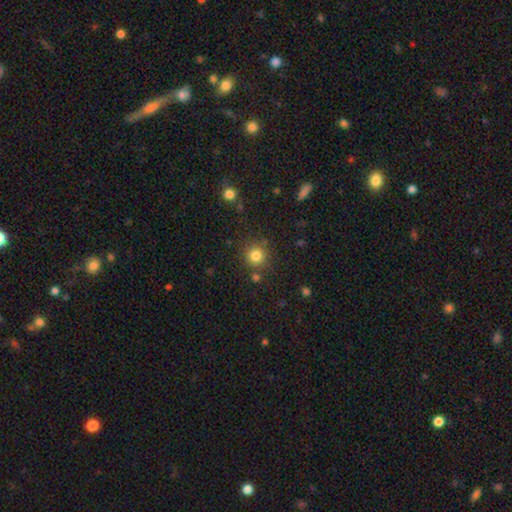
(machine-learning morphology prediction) Smooth or featured?
  - smooth: 82% *
  - star or artifact: 12%
  - featured or disk: 5%
How rounded?
  - round: 94% *
  - in between: 5%
  - cigar-shaped: 1%
Merging?
  - none: 83% *
  - minor disturbance: 8%
  - merger: 5%
  - major disturbance: 3%